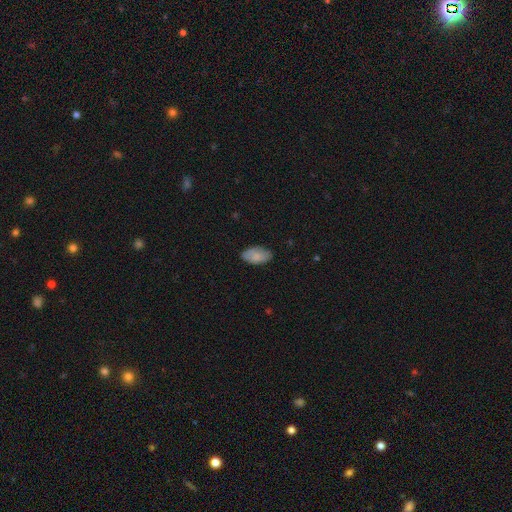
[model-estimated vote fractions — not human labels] The model was most divided on "smooth or featured": smooth: 79%, featured or disk: 14%, star or artifact: 6%. More confident: how rounded — in between (94%); merging — none (81%).